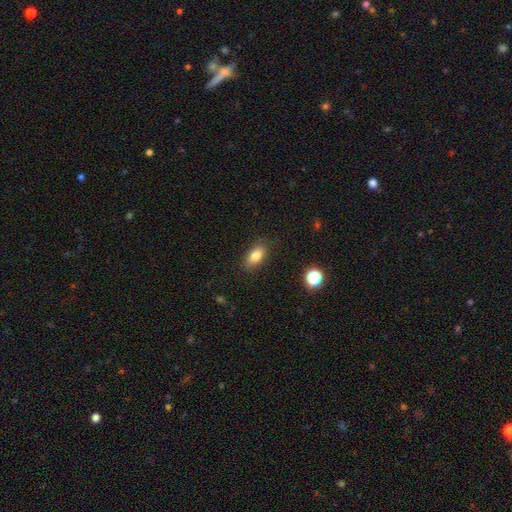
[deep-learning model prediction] A smooth galaxy with no disk features (82%) that is in between round and cigar-shaped (87%). Merging: none (86%).